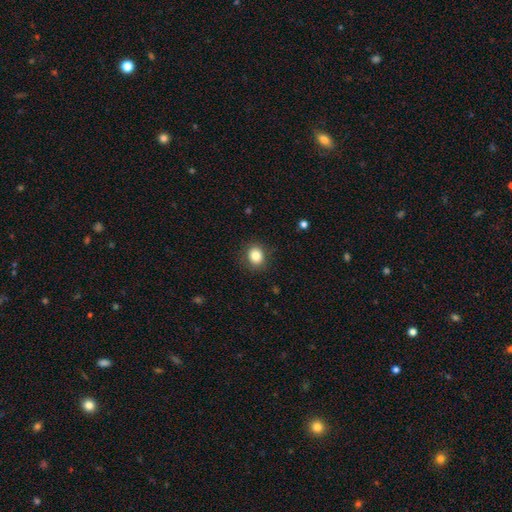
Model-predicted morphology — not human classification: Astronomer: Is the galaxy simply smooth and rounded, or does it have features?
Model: smooth — 83%.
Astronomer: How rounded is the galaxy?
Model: round — 69%.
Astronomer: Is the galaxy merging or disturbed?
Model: none — 87%.